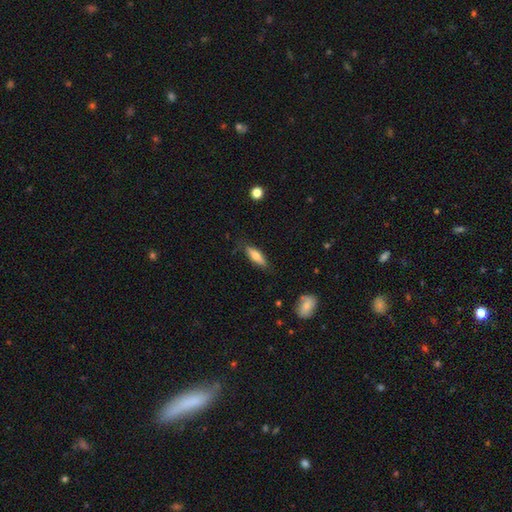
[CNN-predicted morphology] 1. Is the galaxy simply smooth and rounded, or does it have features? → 66% smooth, 28% featured or disk, 6% star or artifact.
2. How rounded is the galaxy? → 55% cigar-shaped, 43% in between, 2% round.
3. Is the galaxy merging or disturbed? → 76% none, 18% minor disturbance, 4% major disturbance, 2% merger.